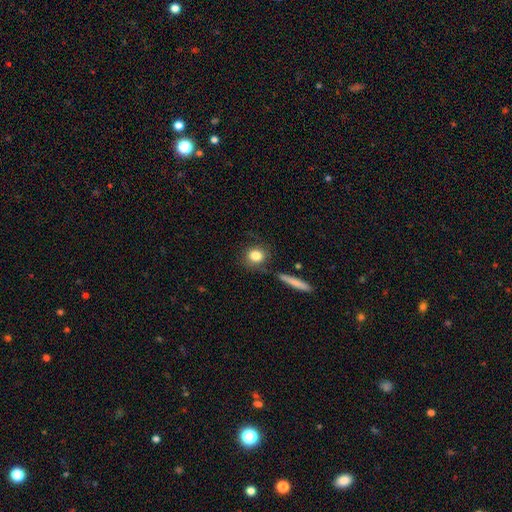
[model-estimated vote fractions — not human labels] Smooth or featured? smooth (82%)
How rounded? round (79%)
Merging? none (74%)